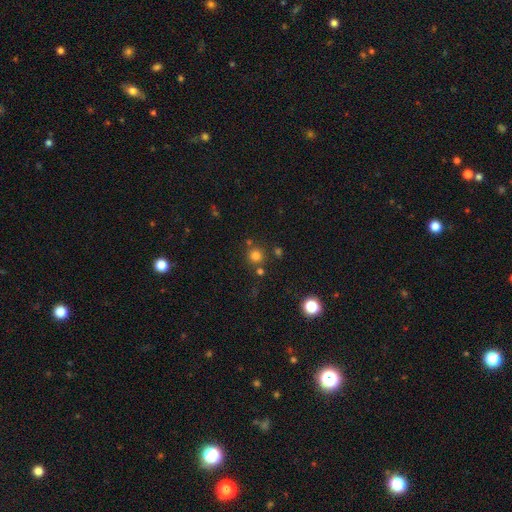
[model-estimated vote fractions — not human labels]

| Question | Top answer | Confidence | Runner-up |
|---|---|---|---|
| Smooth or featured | smooth | 75% | star or artifact (18%) |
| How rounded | round | 93% | in between (6%) |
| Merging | none | 78% | merger (11%) |